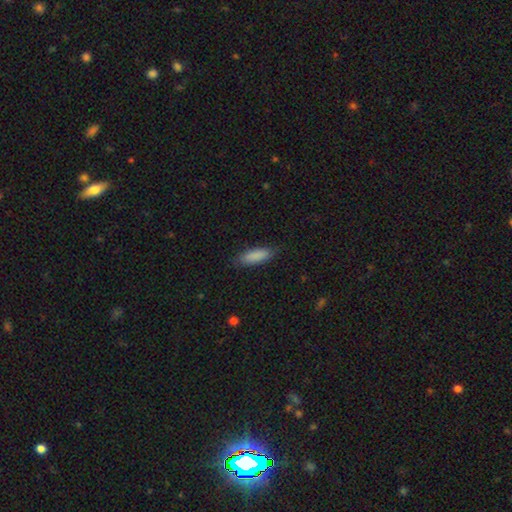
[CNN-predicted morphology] Smooth or featured? smooth (88%)
How rounded? in between (51%)
Merging? none (85%)